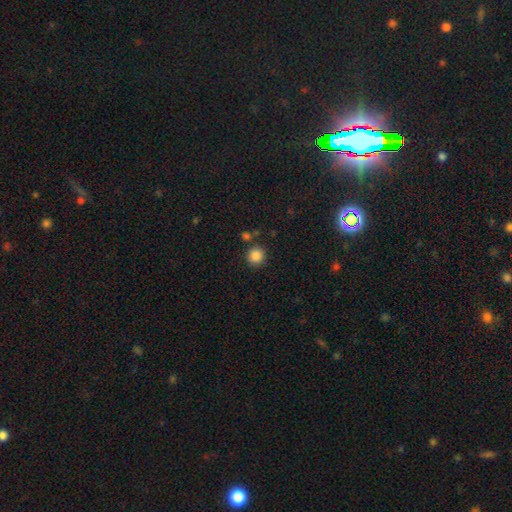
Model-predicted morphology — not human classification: Q: Smooth or featured?
A: smooth (86%); runner-up: star or artifact (10%)
Q: How rounded?
A: round (92%); runner-up: in between (7%)
Q: Merging?
A: none (85%); runner-up: minor disturbance (7%)